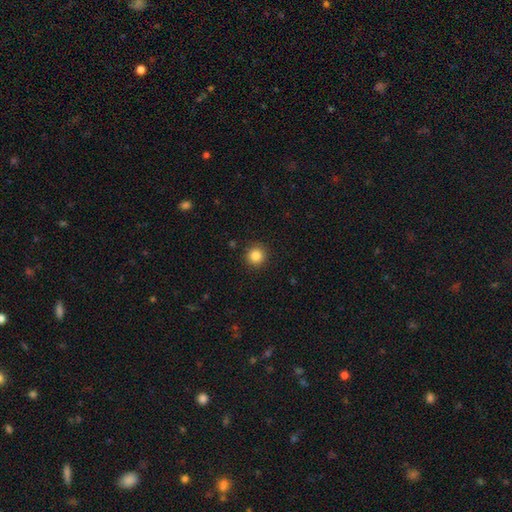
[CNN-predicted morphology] Smooth or featured?
  - smooth: 85% *
  - star or artifact: 11%
  - featured or disk: 4%
How rounded?
  - round: 95% *
  - in between: 4%
  - cigar-shaped: 1%
Merging?
  - none: 91% *
  - minor disturbance: 6%
  - major disturbance: 2%
  - merger: 1%